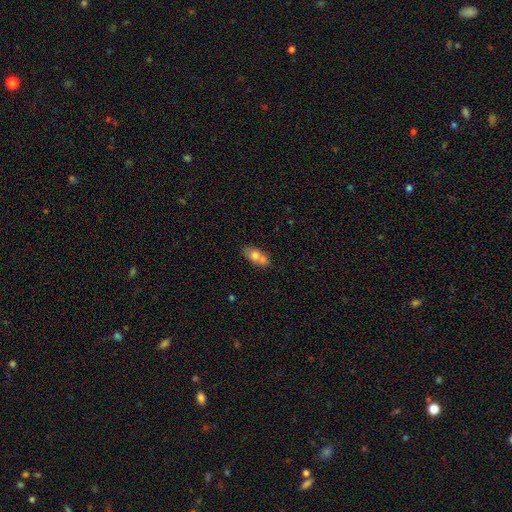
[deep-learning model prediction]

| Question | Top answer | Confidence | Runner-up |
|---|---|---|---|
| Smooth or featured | smooth | 67% | featured or disk (24%) |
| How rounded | in between | 79% | round (15%) |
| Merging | merger | 46% | none (37%) |